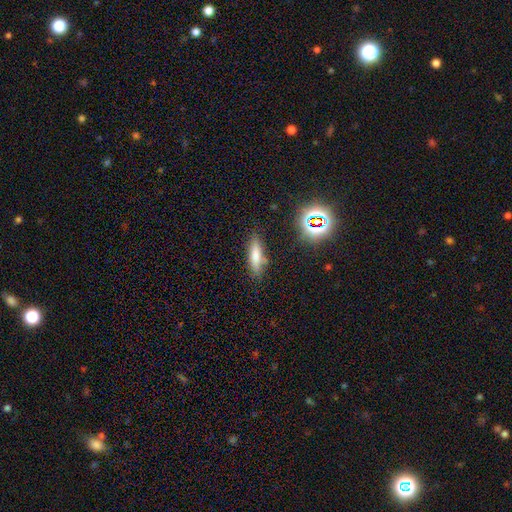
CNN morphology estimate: A smooth galaxy with no disk features (67%) that is cigar-shaped (67%). Merging: none (79%).